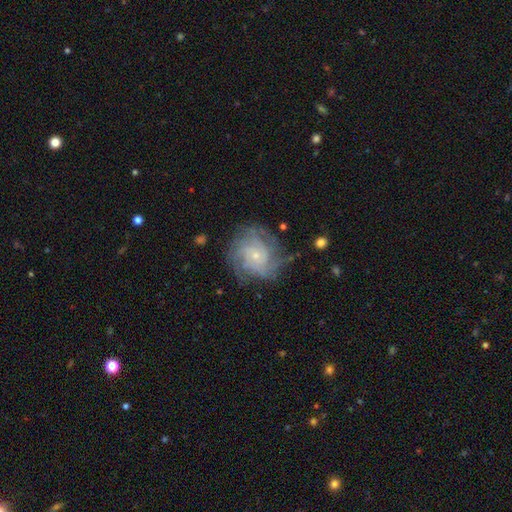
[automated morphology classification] Smooth or featured?
  - featured or disk: 78% *
  - smooth: 14%
  - star or artifact: 8%
Edge-on disk?
  - no: 98% *
  - yes: 2%
Bar?
  - no: 78% *
  - weak: 19%
  - strong: 3%
Spiral arms?
  - yes: 94% *
  - no: 6%
Spiral winding?
  - tight: 60% *
  - medium: 30%
  - loose: 9%
Spiral arm count?
  - can't tell: 36% *
  - 4: 22%
  - 3: 15%
  - more than 4: 11%
  - 2: 10%
  - 1: 6%
Bulge size?
  - small: 79% *
  - moderate: 17%
  - none: 2%
  - large: 2%
  - dominant: 1%
Merging?
  - none: 70% *
  - minor disturbance: 18%
  - major disturbance: 10%
  - merger: 2%